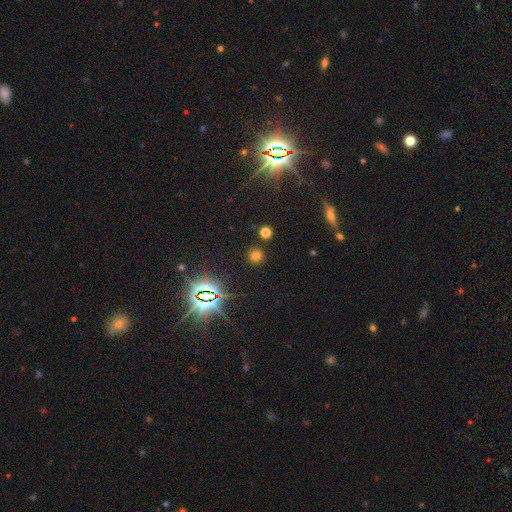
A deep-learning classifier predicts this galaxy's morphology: The model was most divided on "smooth or featured": smooth: 67%, star or artifact: 27%, featured or disk: 6%. More confident: how rounded — round (91%); merging — none (89%).